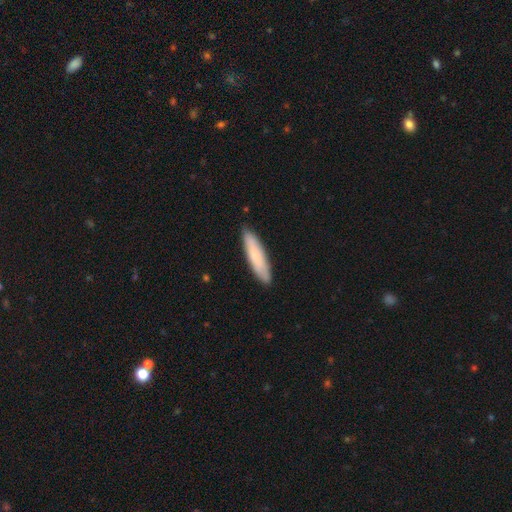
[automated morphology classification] A smooth galaxy with no disk features (74%) that is cigar-shaped (79%). Merging: none (88%).